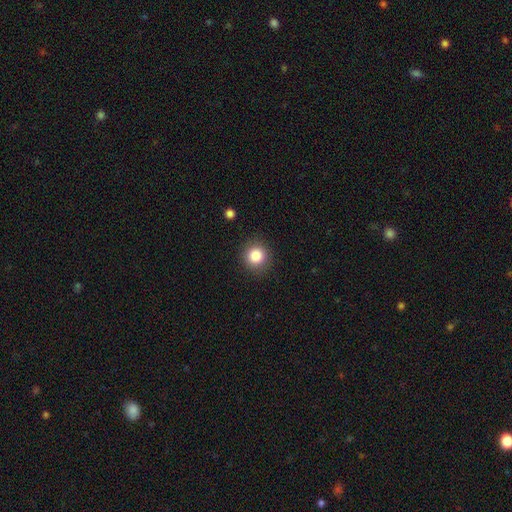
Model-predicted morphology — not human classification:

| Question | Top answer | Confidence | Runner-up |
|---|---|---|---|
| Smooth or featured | smooth | 84% | star or artifact (10%) |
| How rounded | round | 92% | in between (7%) |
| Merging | none | 89% | minor disturbance (7%) |